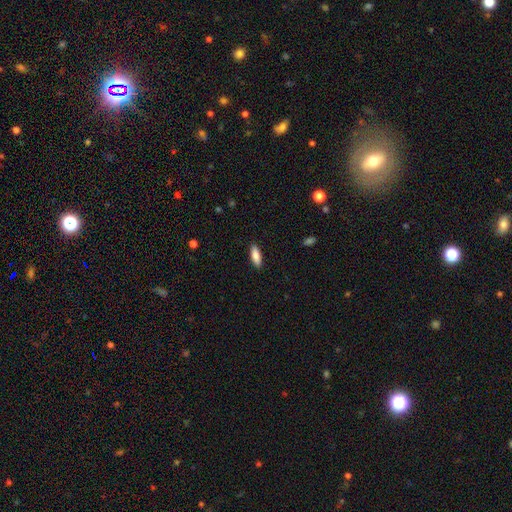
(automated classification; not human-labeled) smooth_or_featured: smooth (p=0.85) [alt: featured or disk p=0.09]
how_rounded: in between (p=0.62) [alt: cigar-shaped p=0.36]
merging: none (p=0.90) [alt: minor disturbance p=0.08]